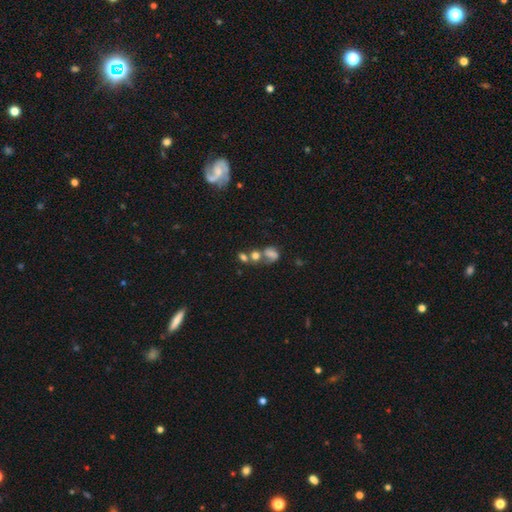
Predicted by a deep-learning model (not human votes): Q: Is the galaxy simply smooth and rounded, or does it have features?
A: smooth — 63%.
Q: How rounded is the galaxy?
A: round — 52%.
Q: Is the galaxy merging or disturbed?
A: merger — 52%.